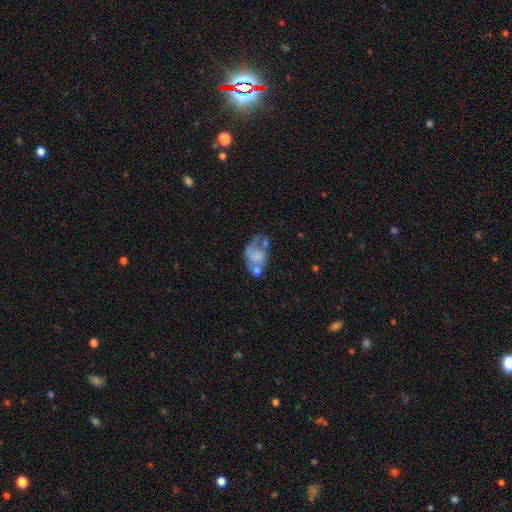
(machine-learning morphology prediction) type=smooth (50%); roundness=in between (78%); merging=merger (38%).